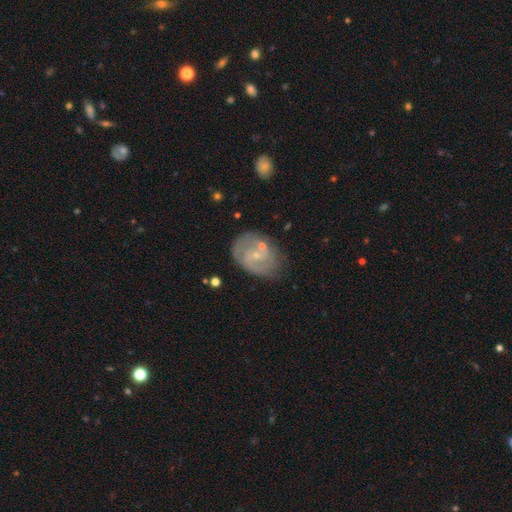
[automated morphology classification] Smooth or featured? Predicted: featured or disk (p=0.76). Edge-on disk? Predicted: no (p=0.98). Bar? Predicted: no (p=0.45, tied with weak). Spiral arms? Predicted: yes (p=0.87). Spiral winding? Predicted: medium (p=0.45). Spiral arm count? Predicted: 2 (p=0.65). Bulge size? Predicted: small (p=0.78). Merging? Predicted: none (p=0.63).